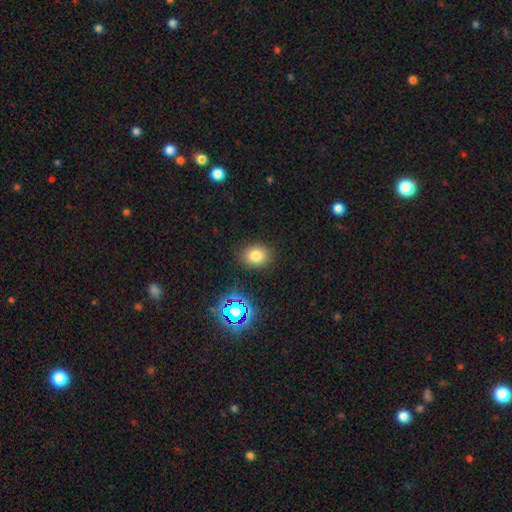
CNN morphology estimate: A smooth galaxy with no disk features (76%) that is round (53%). Merging: none (86%).